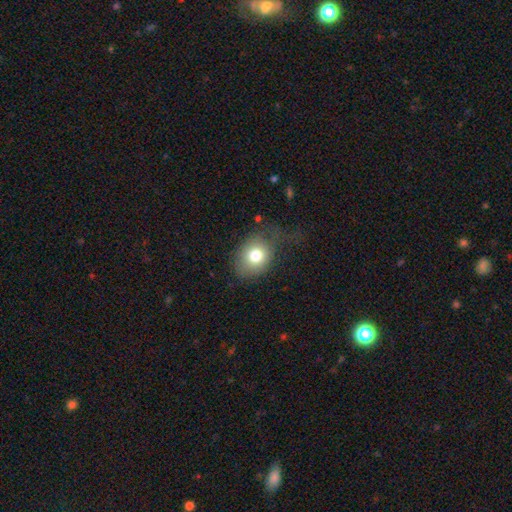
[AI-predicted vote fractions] Morphology: type=smooth (76%); roundness=in between (55%); merging=none (53%).